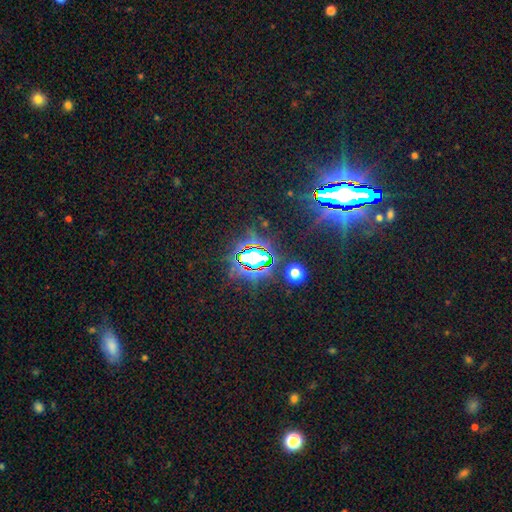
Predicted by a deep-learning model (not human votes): Overall: star or artifact (77%).